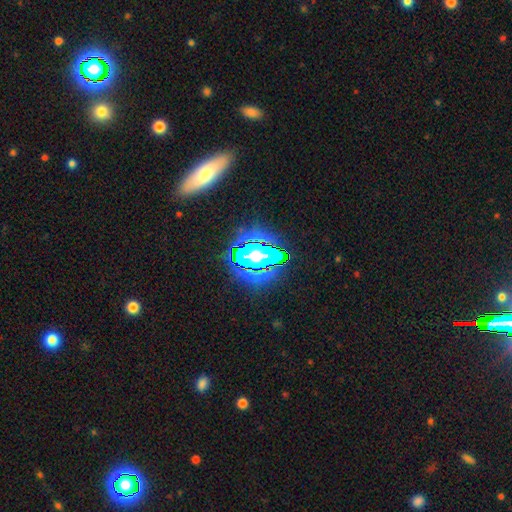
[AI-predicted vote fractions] A star or artifact, not a galaxy (54%).